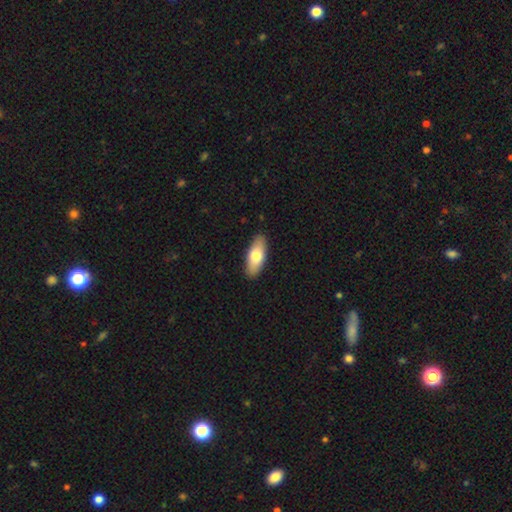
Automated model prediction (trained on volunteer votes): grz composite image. It shows a smooth galaxy with no disk features (71%) that is in between round and cigar-shaped (79%). Merging: none (90%).